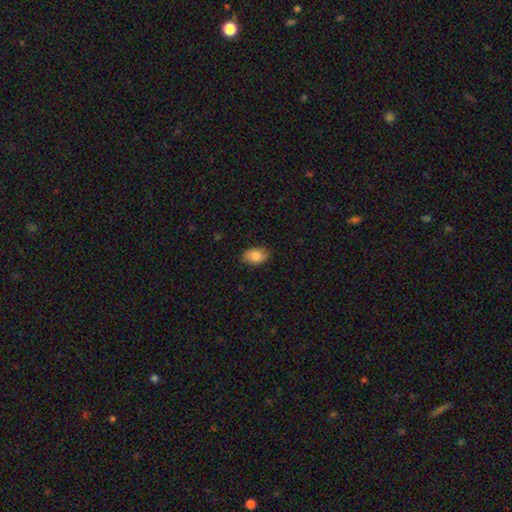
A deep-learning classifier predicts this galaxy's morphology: Smooth or featured: smooth — 82% (featured or disk — 11%)
How rounded: in between — 87% (round — 12%)
Merging: none — 83% (minor disturbance — 14%)